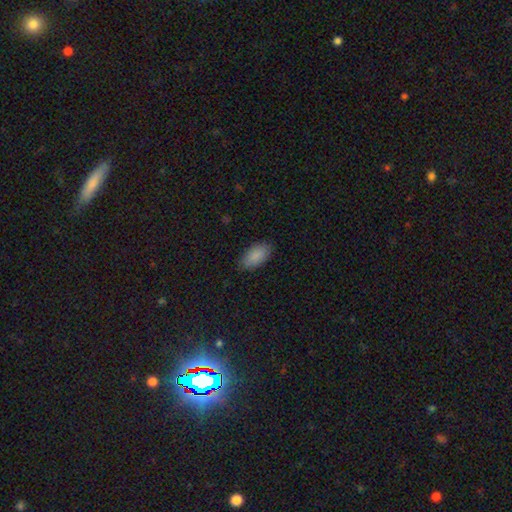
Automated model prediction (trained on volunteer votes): smooth-or-featured: smooth: 88% | star or artifact: 6% | featured or disk: 6%
  how-rounded: in between: 94% | cigar-shaped: 3% | round: 3%
  merging: none: 84% | minor disturbance: 12% | major disturbance: 3% | merger: 1%